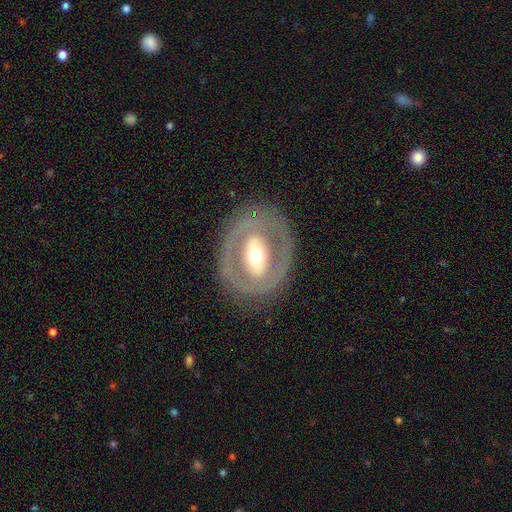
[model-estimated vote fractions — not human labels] A featured or disk galaxy (65%) with no bar (43%), no spiral arms (84%) and a moderate central bulge (63%). Merging: none (78%).